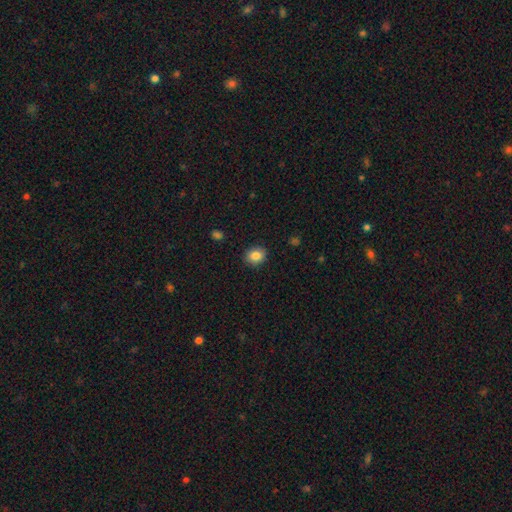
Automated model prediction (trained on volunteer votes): Morphology: type=smooth (85%); roundness=round (61%); merging=none (90%).